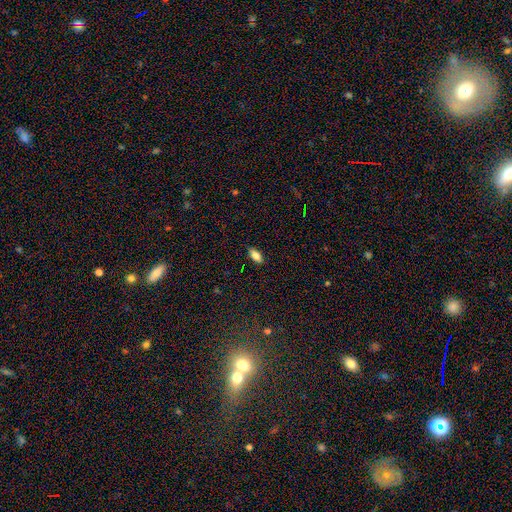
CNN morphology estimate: The model was most divided on "smooth or featured": smooth: 80%, featured or disk: 12%, star or artifact: 8%. More confident: merging — none (88%); how rounded — in between (87%).